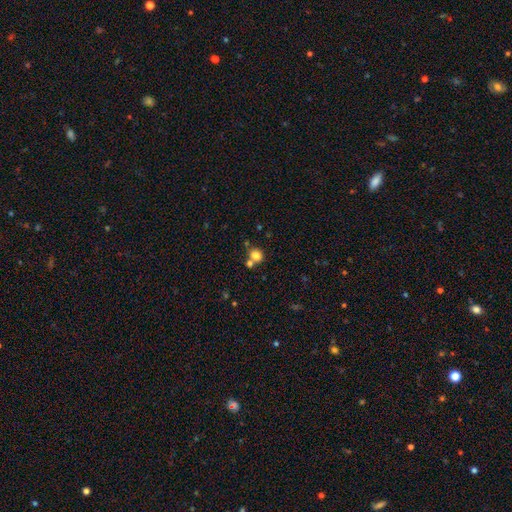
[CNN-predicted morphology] A smooth galaxy with no disk features (80%) that is round (76%). Merging: none (53%).